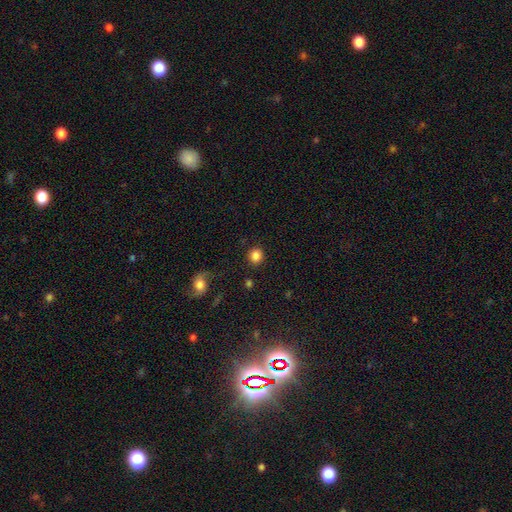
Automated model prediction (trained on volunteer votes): A smooth galaxy with no disk features (85%) that is round (85%).

Vote fractions:
- Smooth or featured? smooth: 85% / star or artifact: 10% / featured or disk: 6%
- How rounded? round: 85% / in between: 14% / cigar-shaped: 1%
- Merging? none: 87% / minor disturbance: 8% / major disturbance: 3% / merger: 2%